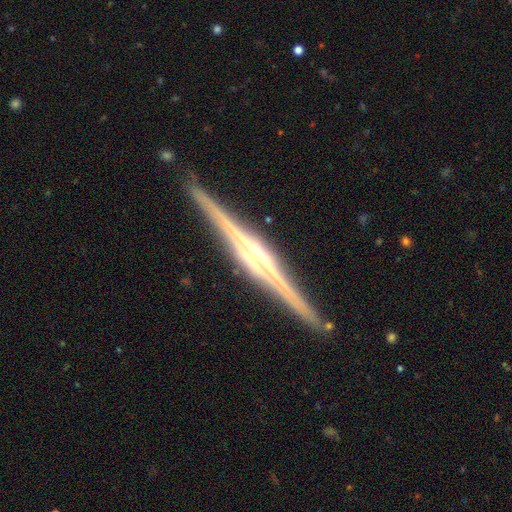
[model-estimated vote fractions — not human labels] Smooth or featured? Predicted: featured or disk (p=0.90). Edge-on disk? Predicted: yes (p=0.99). Edge-on bulge? Predicted: rounded (p=0.52). Merging? Predicted: none (p=0.91).